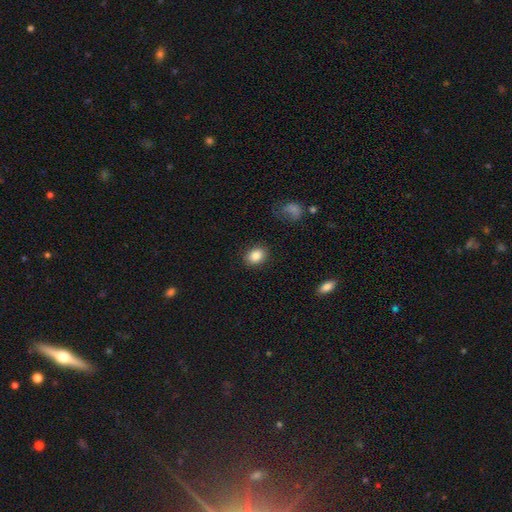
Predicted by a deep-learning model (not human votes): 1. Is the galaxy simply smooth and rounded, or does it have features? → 86% smooth, 9% star or artifact, 6% featured or disk.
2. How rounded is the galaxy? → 59% in between, 40% round, 1% cigar-shaped.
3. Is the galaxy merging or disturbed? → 87% none, 9% minor disturbance, 3% major disturbance, 2% merger.